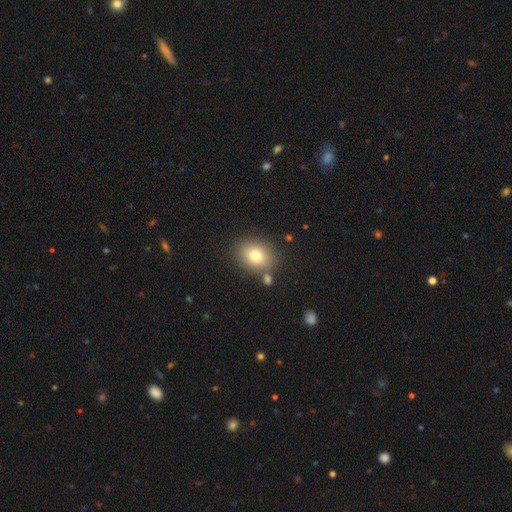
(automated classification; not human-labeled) Q: Smooth or featured?
A: smooth (79%); runner-up: featured or disk (11%)
Q: How rounded?
A: in between (53%); runner-up: round (46%)
Q: Merging?
A: none (77%); runner-up: minor disturbance (11%)